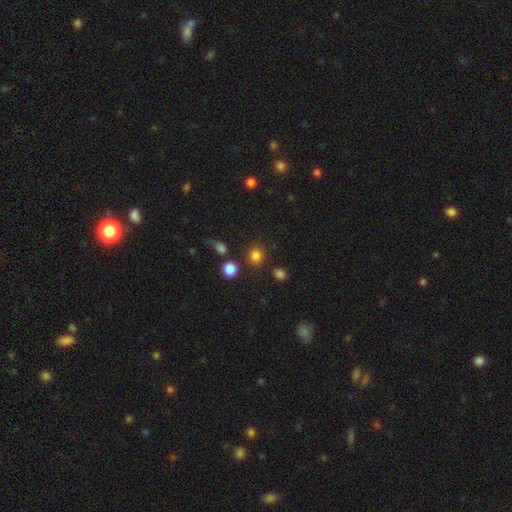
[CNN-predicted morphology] Overall: smooth (82%). How rounded: round (86%). Merging: none (84%).